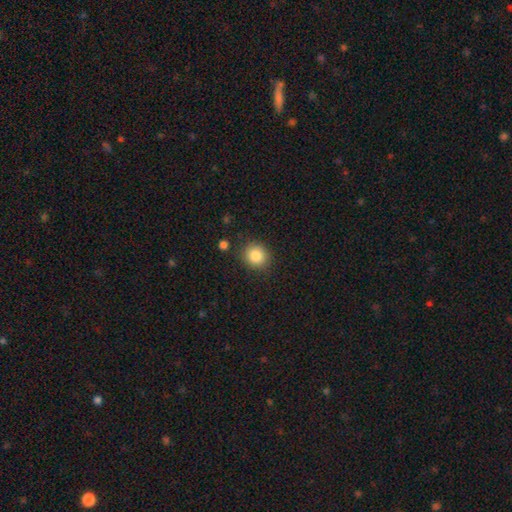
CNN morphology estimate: smooth_or_featured: smooth (p=0.85) [alt: star or artifact p=0.10]
how_rounded: round (p=0.80) [alt: in between p=0.20]
merging: none (p=0.85) [alt: minor disturbance p=0.10]